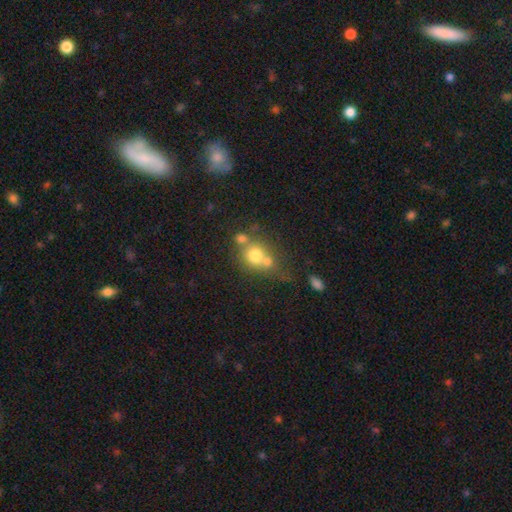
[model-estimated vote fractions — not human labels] The model was most divided on "merging": merger: 48%, none: 34%, minor disturbance: 11%, major disturbance: 7%. More confident: how rounded — round (76%); smooth or featured — smooth (69%).